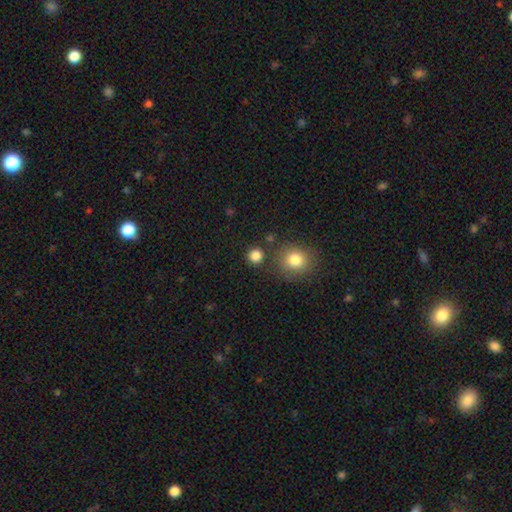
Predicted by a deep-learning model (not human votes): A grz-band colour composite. It shows a smooth galaxy with no disk features (83%) that is round (90%). Merging: none (83%).